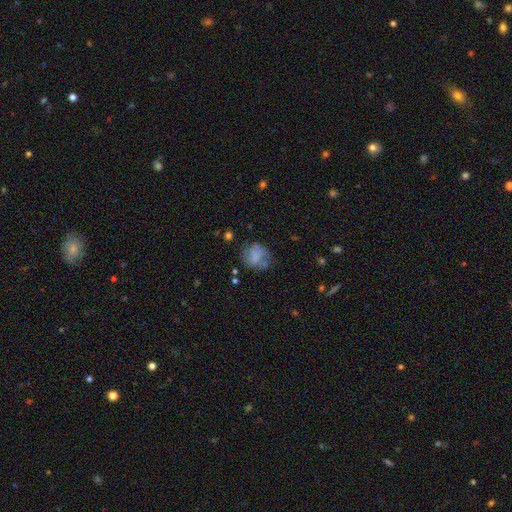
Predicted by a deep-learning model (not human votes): smooth 63%, featured or disk 25%, star or artifact 11%. Down the decision tree: how rounded — round (66%); merging — none (52%).